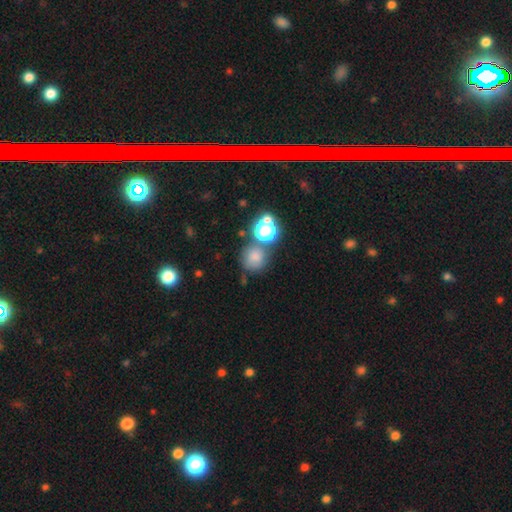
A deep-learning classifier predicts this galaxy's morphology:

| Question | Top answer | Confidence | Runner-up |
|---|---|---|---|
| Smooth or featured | smooth | 71% | star or artifact (18%) |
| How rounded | round | 87% | in between (12%) |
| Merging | none | 59% | merger (21%) |